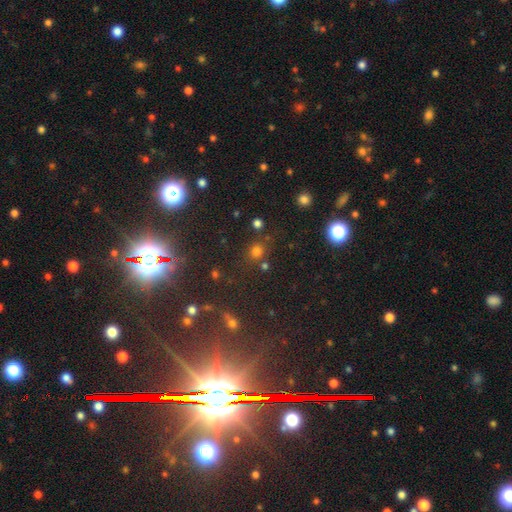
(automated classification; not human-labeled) Q: Smooth or featured?
A: star or artifact (68%); runner-up: smooth (22%)